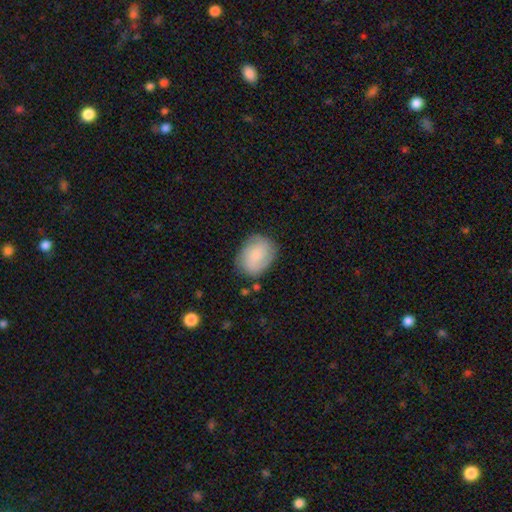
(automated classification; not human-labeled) This is likely a smooth galaxy (67%). How rounded: likely in between (64%). Merging: likely none (75%).